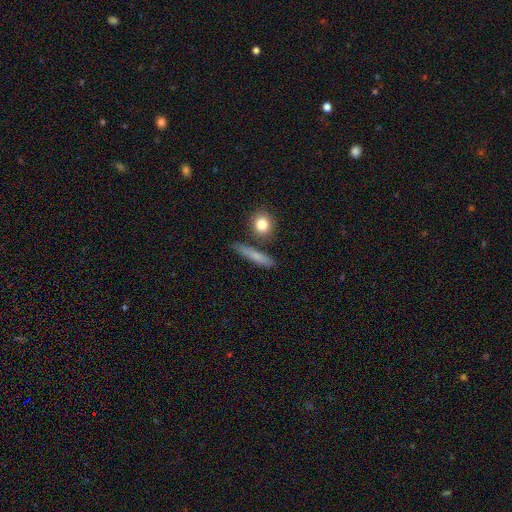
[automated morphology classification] Smooth or featured? smooth (70%)
How rounded? cigar-shaped (82%)
Merging? none (79%)